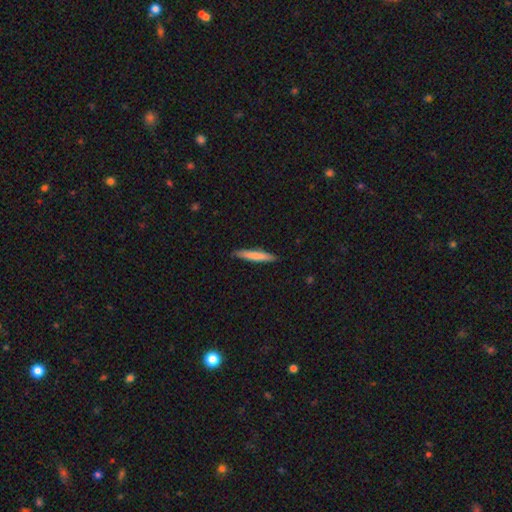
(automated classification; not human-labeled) A smooth galaxy with no disk features (74%) that is cigar-shaped (93%).

Vote fractions:
- Smooth or featured? smooth: 74% / featured or disk: 21% / star or artifact: 5%
- How rounded? cigar-shaped: 93% / in between: 5% / round: 1%
- Merging? none: 89% / minor disturbance: 9% / major disturbance: 2% / merger: 1%